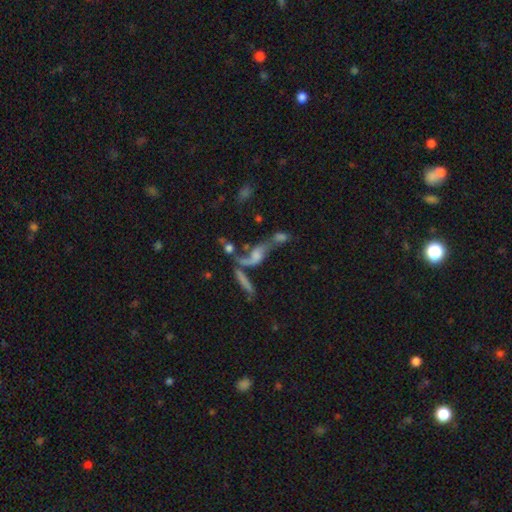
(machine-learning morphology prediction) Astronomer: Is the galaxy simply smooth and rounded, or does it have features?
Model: featured or disk — 50% (runner-up: smooth, 32%).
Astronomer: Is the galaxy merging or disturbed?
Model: merger — 45% (runner-up: none, 30%).